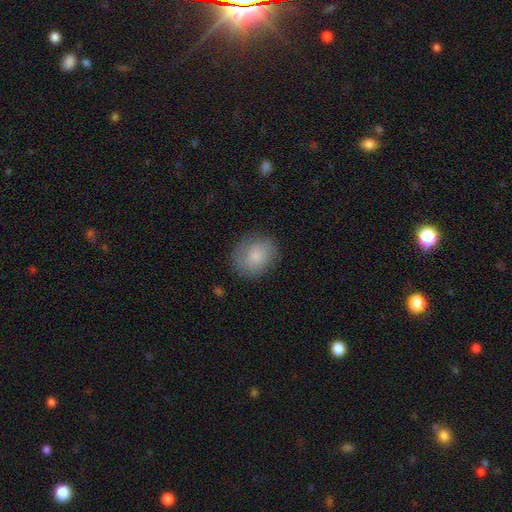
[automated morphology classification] smooth-or-featured: smooth: 76% | featured or disk: 17% | star or artifact: 7%
  how-rounded: round: 62% | in between: 37% | cigar-shaped: 1%
  merging: none: 76% | minor disturbance: 17% | major disturbance: 6% | merger: 1%